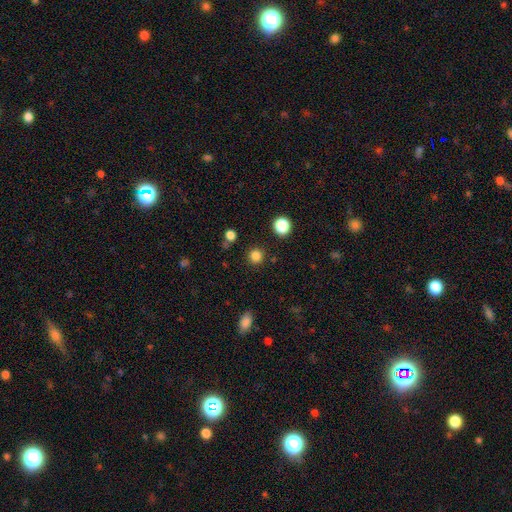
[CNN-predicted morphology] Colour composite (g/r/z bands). It shows a smooth galaxy with no disk features (83%) that is round (93%). Merging: none (89%).